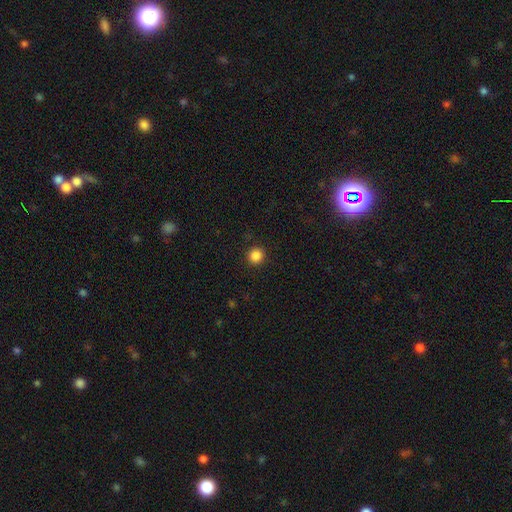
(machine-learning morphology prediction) smooth_or_featured: smooth (p=0.86) [alt: star or artifact p=0.11]
how_rounded: round (p=0.93) [alt: in between p=0.06]
merging: none (p=0.92) [alt: minor disturbance p=0.05]